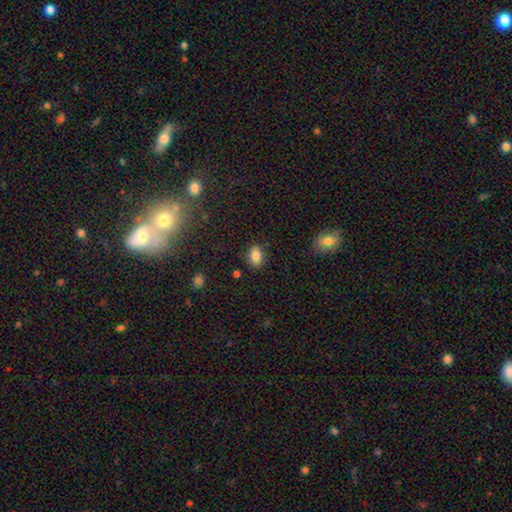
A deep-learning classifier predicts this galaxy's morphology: Overall: smooth (83%). How rounded: in between (79%). Merging: none (83%).